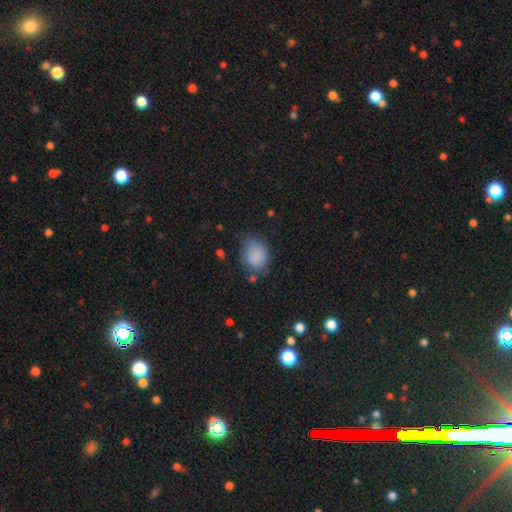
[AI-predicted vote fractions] Overall: smooth (81%). How rounded: in between (54%; round 45%). Merging: none (50%; minor disturbance 32%).